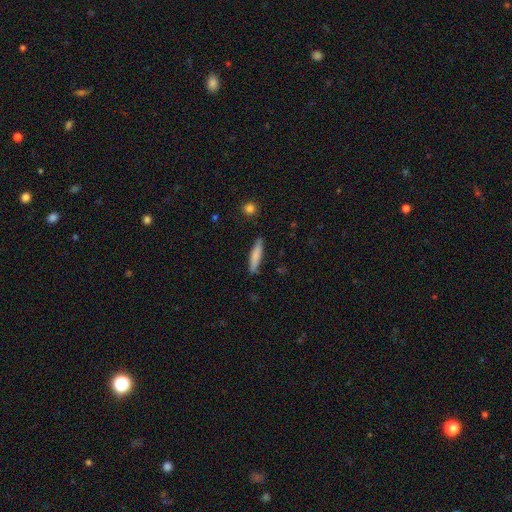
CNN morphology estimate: smooth_or_featured: smooth (p=0.80) [alt: featured or disk p=0.15]
how_rounded: cigar-shaped (p=0.85) [alt: in between p=0.13]
merging: none (p=0.86) [alt: minor disturbance p=0.10]